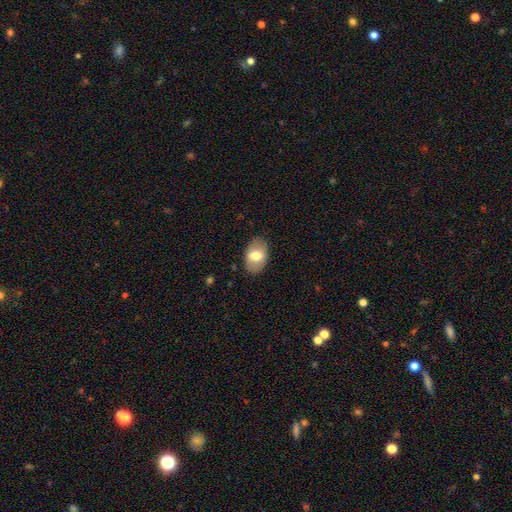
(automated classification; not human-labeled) Morphology: type=smooth (68%); roundness=in between (86%); merging=none (85%).